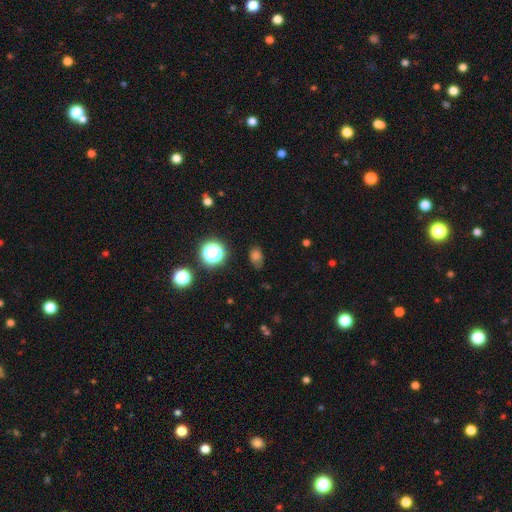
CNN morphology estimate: Smooth or featured? Predicted: smooth (p=0.59). How rounded? Predicted: in between (p=0.62). Merging? Predicted: none (p=0.72).